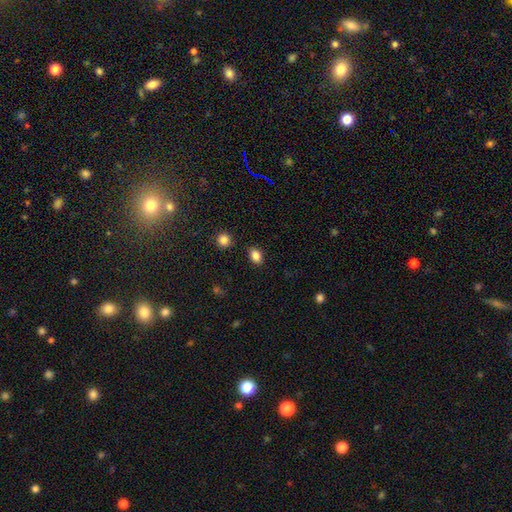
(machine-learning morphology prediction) Smooth or featured? Predicted: smooth (p=0.85). How rounded? Predicted: in between (p=0.77). Merging? Predicted: none (p=0.86).